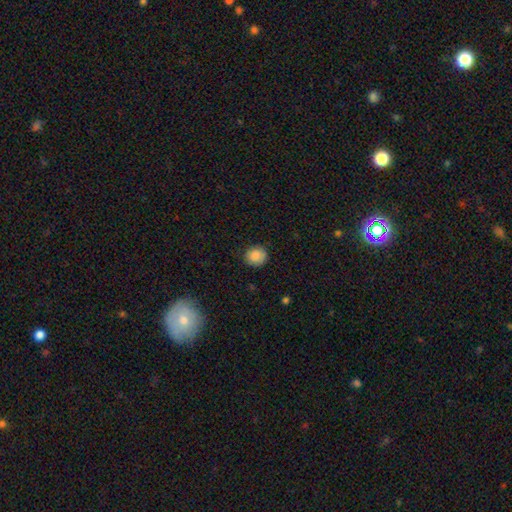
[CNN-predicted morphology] smooth-or-featured: smooth: 85% | star or artifact: 9% | featured or disk: 6%
  how-rounded: round: 85% | in between: 14% | cigar-shaped: 1%
  merging: none: 82% | minor disturbance: 14% | major disturbance: 3% | merger: 1%